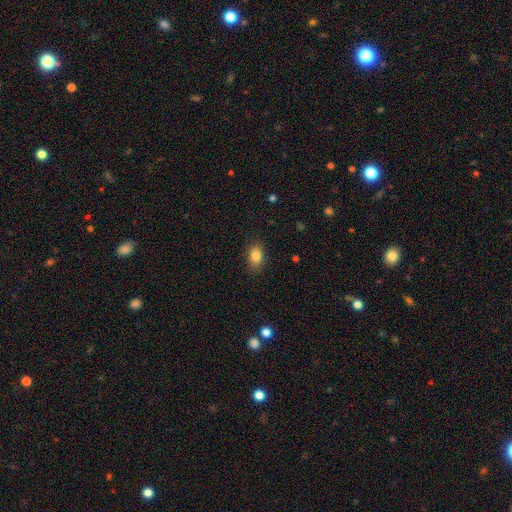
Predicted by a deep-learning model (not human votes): smooth 84%, star or artifact 9%, featured or disk 7%. Down the decision tree: how rounded — in between (82%); merging — none (86%).